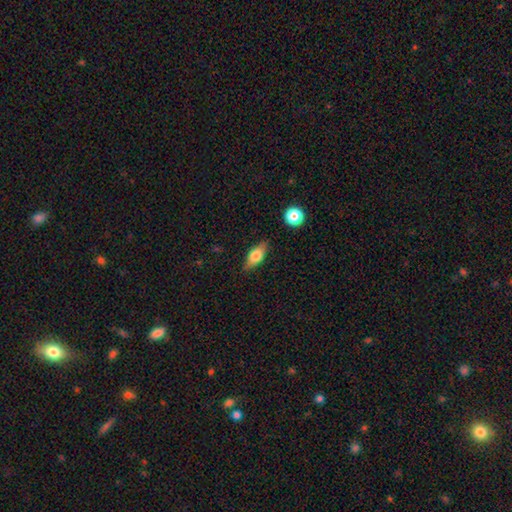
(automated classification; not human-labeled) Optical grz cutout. It shows a smooth galaxy with no disk features (63%) that is in between round and cigar-shaped (76%). Merging: none (81%).